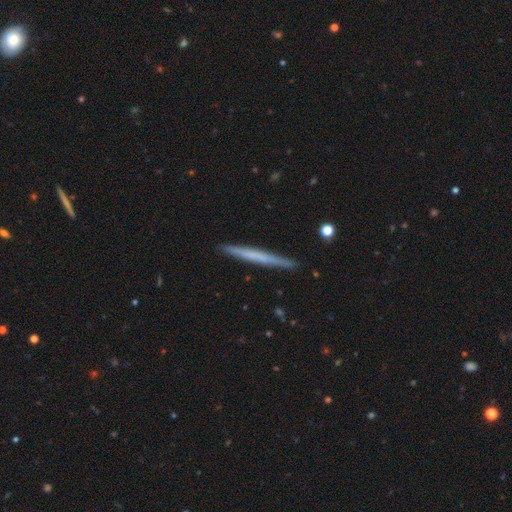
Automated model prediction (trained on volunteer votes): This appears to be a smooth galaxy with no disk features (52%) that is cigar-shaped (97%). Merging: none (92%).